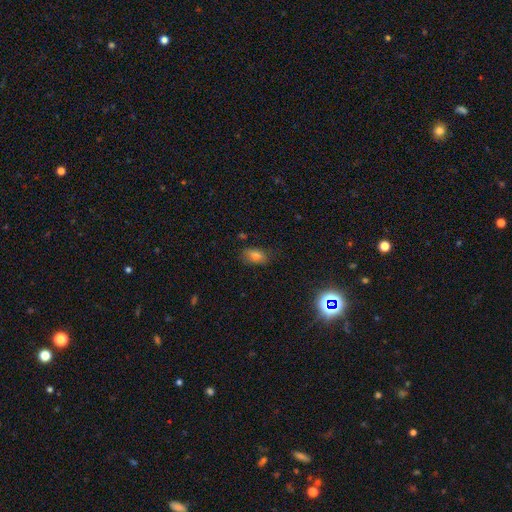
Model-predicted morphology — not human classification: A smooth galaxy with no disk features (74%) that is in between round and cigar-shaped (86%). Merging: none (74%).